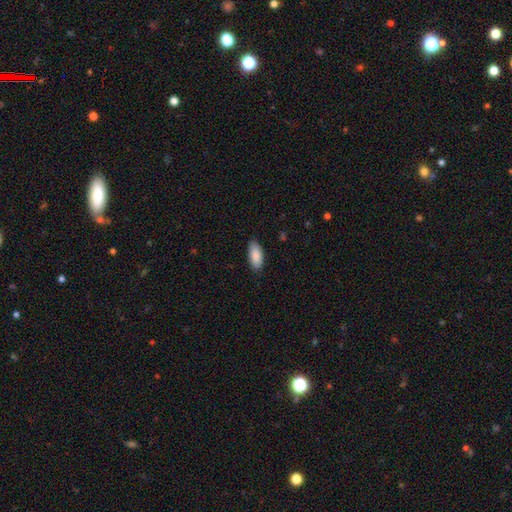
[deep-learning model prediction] The model was most divided on "merging": none: 85%, minor disturbance: 12%, major disturbance: 2%, merger: 1%. More confident: smooth or featured — smooth (89%); how rounded — in between (88%).